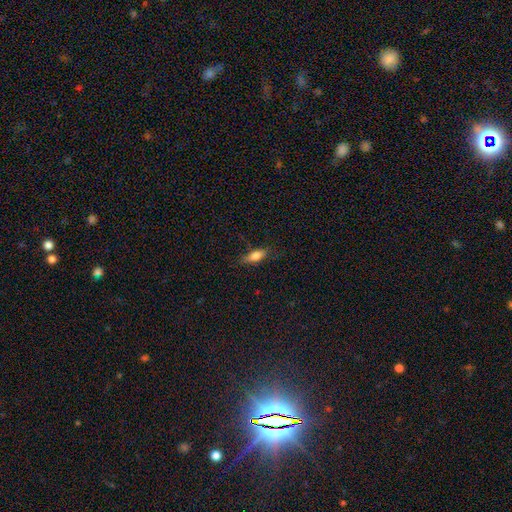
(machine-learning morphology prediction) smooth 79%, featured or disk 13%, star or artifact 8%. Down the decision tree: how rounded — in between (69%); merging — none (75%).